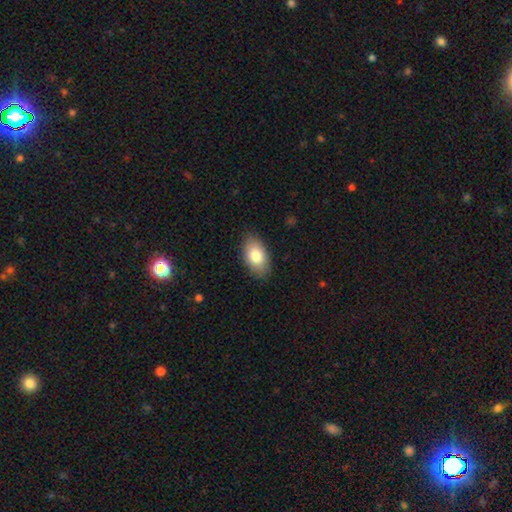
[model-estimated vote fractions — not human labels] smooth-or-featured: smooth: 81% | featured or disk: 13% | star or artifact: 6%
  how-rounded: in between: 93% | round: 5% | cigar-shaped: 2%
  merging: none: 85% | minor disturbance: 12% | major disturbance: 2% | merger: 1%